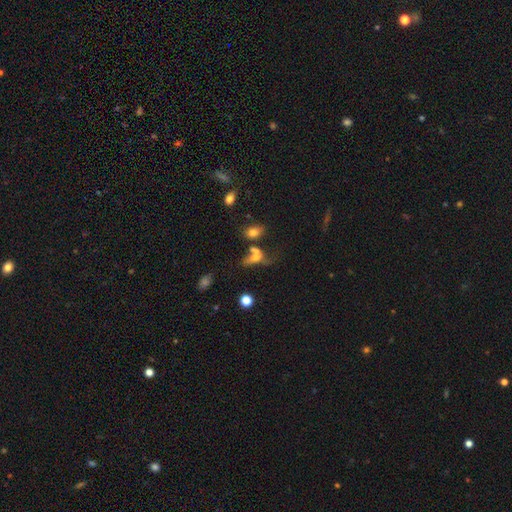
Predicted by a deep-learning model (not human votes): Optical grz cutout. It shows a smooth galaxy with no disk features (53%) that is in between round and cigar-shaped (71%). Merging: merger (41%).